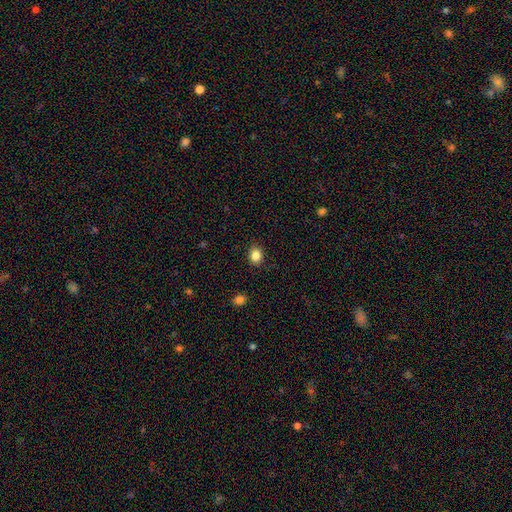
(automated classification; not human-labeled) Smooth or featured? smooth (85%)
How rounded? round (57%)
Merging? none (88%)